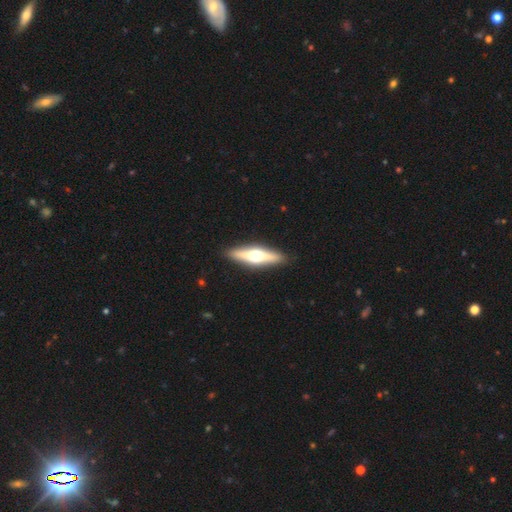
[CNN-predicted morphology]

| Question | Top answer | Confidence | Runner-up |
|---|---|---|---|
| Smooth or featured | featured or disk | 63% | smooth (31%) |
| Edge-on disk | yes | 95% | no (5%) |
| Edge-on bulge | rounded | 96% | boxy (3%) |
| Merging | none | 91% | minor disturbance (7%) |